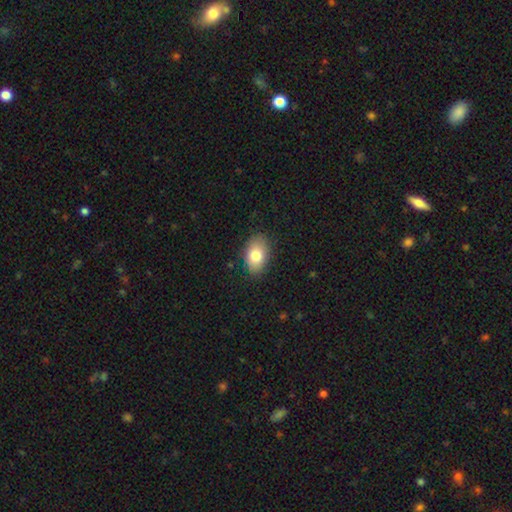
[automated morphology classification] Q: Smooth or featured?
A: smooth (81%); runner-up: featured or disk (11%)
Q: How rounded?
A: in between (87%); runner-up: round (12%)
Q: Merging?
A: none (84%); runner-up: minor disturbance (12%)